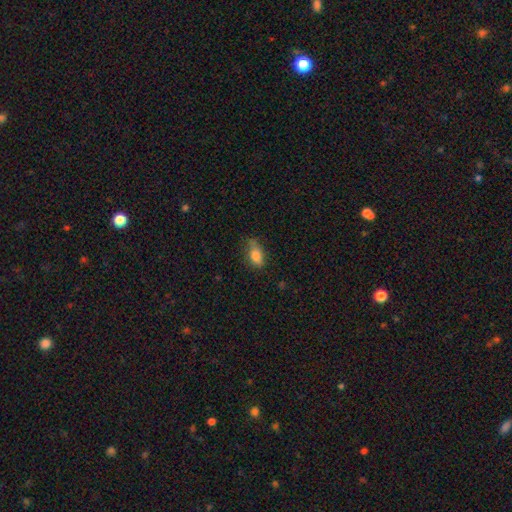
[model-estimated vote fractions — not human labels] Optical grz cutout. It shows a smooth galaxy with no disk features (78%) that is in between round and cigar-shaped (83%). Merging: none (52%).